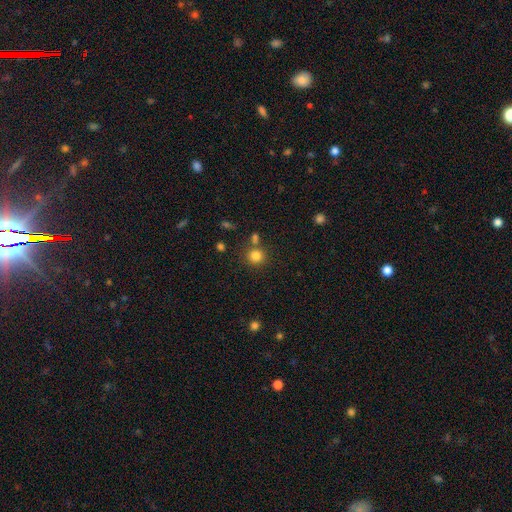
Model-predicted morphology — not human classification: Smooth or featured?
  - smooth: 82% *
  - star or artifact: 12%
  - featured or disk: 5%
How rounded?
  - round: 89% *
  - in between: 10%
  - cigar-shaped: 1%
Merging?
  - none: 75% *
  - merger: 14%
  - minor disturbance: 8%
  - major disturbance: 3%